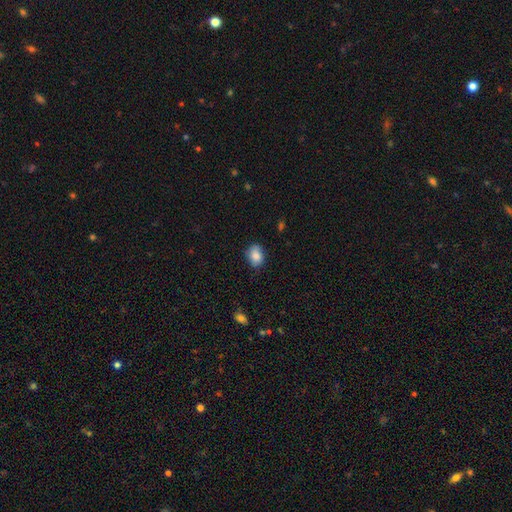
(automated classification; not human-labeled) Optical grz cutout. It shows a smooth galaxy with no disk features (85%) that is in between round and cigar-shaped (66%). Merging: none (76%).